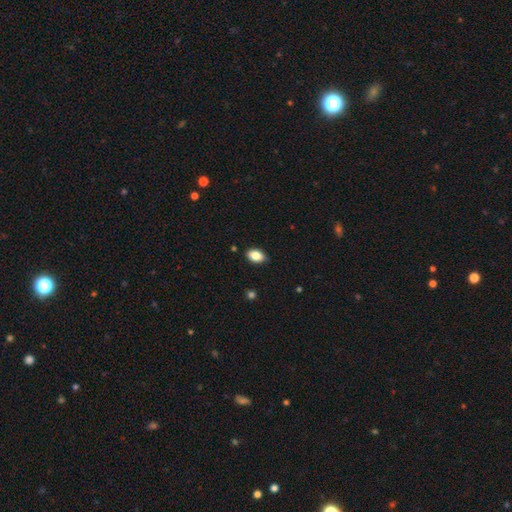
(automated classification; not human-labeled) This is clearly a smooth galaxy (85%). How rounded: clearly in between (88%). Merging: clearly none (84%).